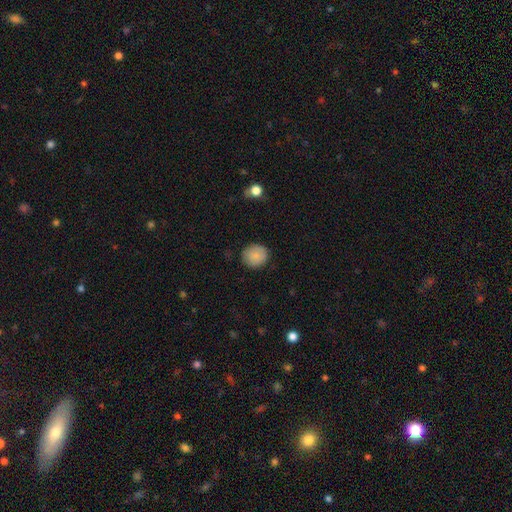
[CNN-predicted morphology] This is clearly a smooth galaxy (85%). How rounded: clearly round (86%). Merging: clearly none (85%).